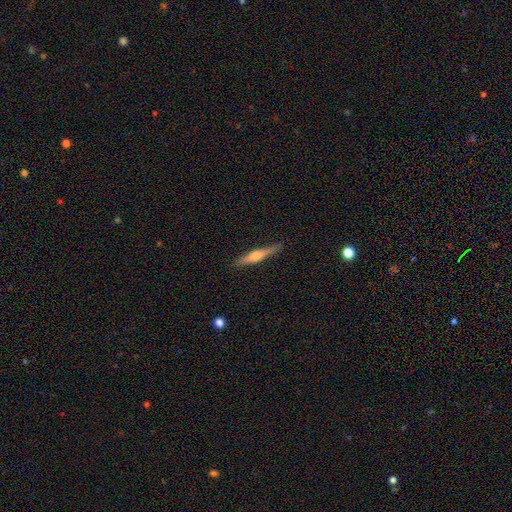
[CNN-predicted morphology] type=featured or disk (64%); edge-on=yes (98%); edge-on bulge=rounded (81%); merging=none (89%).